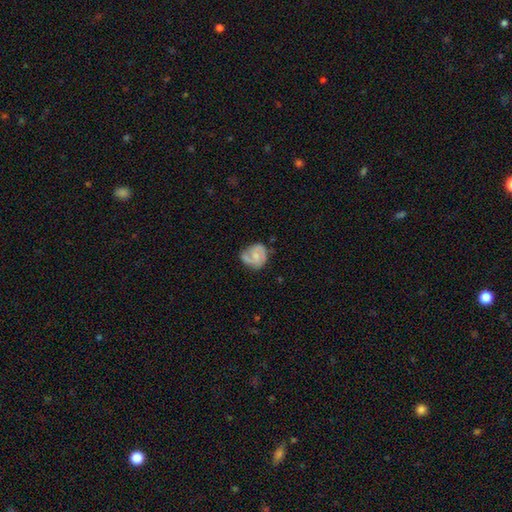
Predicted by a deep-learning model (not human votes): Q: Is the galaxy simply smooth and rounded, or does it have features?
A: featured or disk — 65%.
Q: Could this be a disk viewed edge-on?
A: no — 98%.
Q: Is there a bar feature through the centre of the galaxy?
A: no — 56%.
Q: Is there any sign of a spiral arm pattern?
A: yes — 88%.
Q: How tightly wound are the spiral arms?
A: medium — 44%.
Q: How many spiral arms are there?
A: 2 — 56%.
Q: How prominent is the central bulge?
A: small — 50%.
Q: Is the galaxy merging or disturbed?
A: none — 57%.